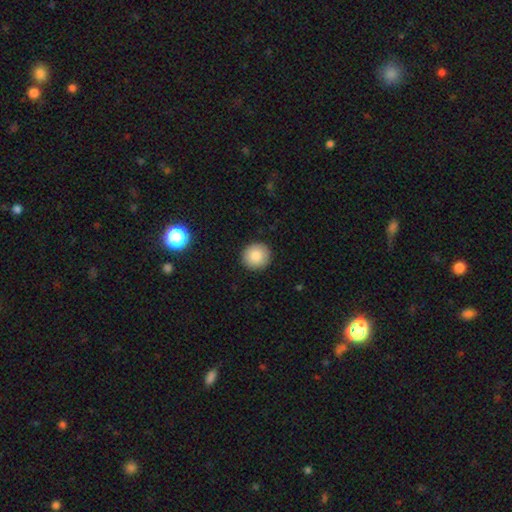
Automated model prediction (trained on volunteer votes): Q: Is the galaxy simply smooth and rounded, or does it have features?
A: smooth — 86%.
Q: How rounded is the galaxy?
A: round — 93%.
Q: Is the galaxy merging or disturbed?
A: none — 92%.